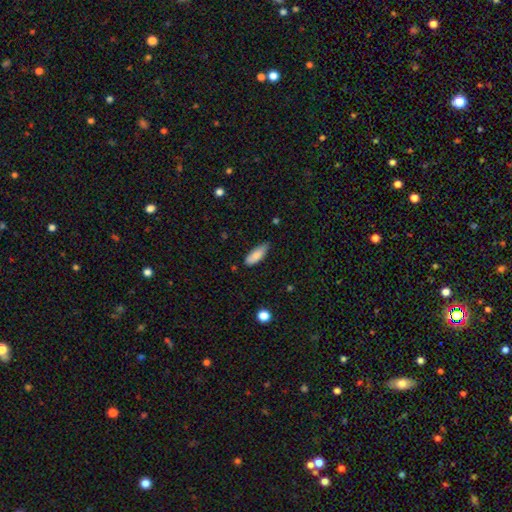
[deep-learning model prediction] Q: Smooth or featured?
A: smooth (85%); runner-up: featured or disk (8%)
Q: How rounded?
A: in between (67%); runner-up: cigar-shaped (31%)
Q: Merging?
A: none (68%); runner-up: minor disturbance (26%)